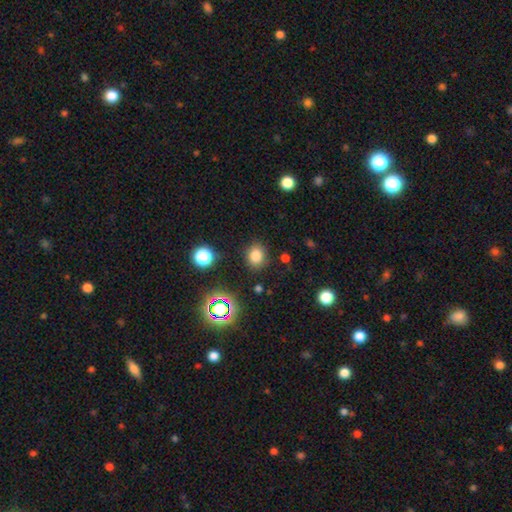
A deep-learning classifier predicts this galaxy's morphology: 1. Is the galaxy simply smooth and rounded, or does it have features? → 79% smooth, 15% star or artifact, 6% featured or disk.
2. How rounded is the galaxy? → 64% round, 35% in between, 1% cigar-shaped.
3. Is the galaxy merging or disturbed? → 84% none, 10% minor disturbance, 3% major disturbance, 2% merger.